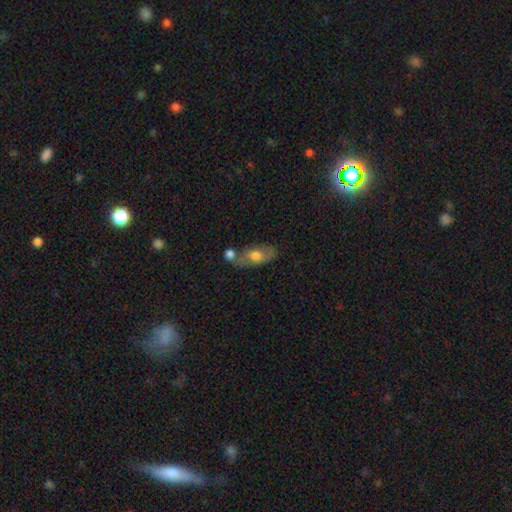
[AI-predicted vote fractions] smooth-or-featured: smooth: 58% | featured or disk: 35% | star or artifact: 7%
  how-rounded: in between: 83% | cigar-shaped: 9% | round: 8%
  merging: none: 50% | merger: 25% | minor disturbance: 18% | major disturbance: 7%